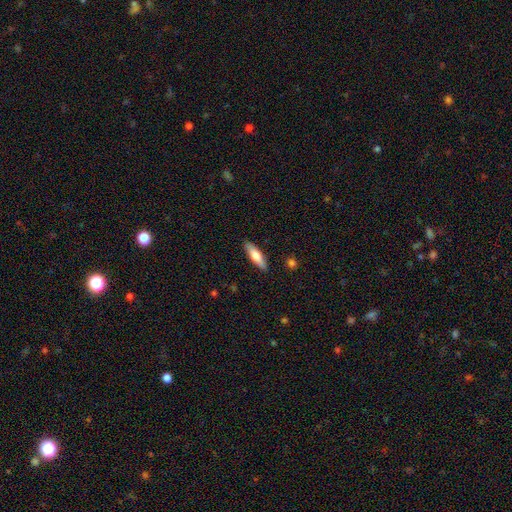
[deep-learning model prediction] Overall: smooth (62%; featured or disk 32%). How rounded: cigar-shaped (66%; in between 32%). Merging: none (89%).